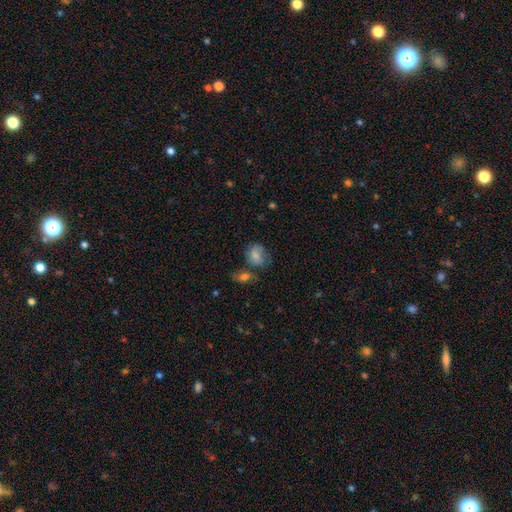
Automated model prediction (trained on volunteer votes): The model was most divided on "how rounded": in between: 50%, round: 49%, cigar-shaped: 1%. More confident: smooth or featured — smooth (74%); merging — none (50%).